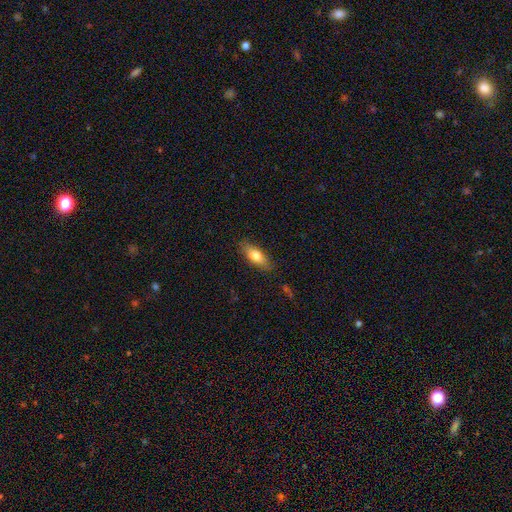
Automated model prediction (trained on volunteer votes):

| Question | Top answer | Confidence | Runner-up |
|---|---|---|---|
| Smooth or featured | smooth | 74% | featured or disk (19%) |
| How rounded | in between | 70% | cigar-shaped (27%) |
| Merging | none | 85% | minor disturbance (12%) |